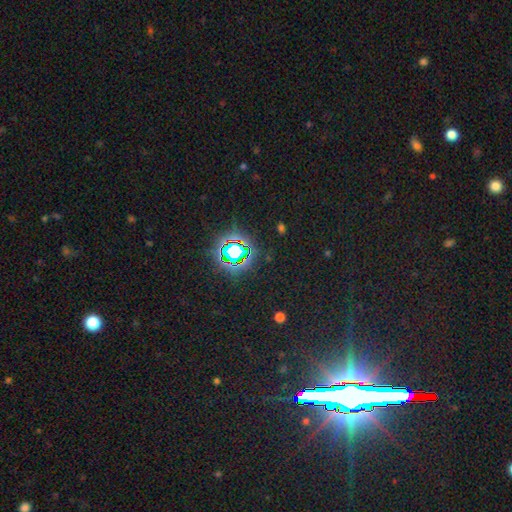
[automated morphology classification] A star or artifact, not a galaxy (84%).

Vote fractions:
- Smooth or featured? star or artifact: 84% / smooth: 9% / featured or disk: 7%